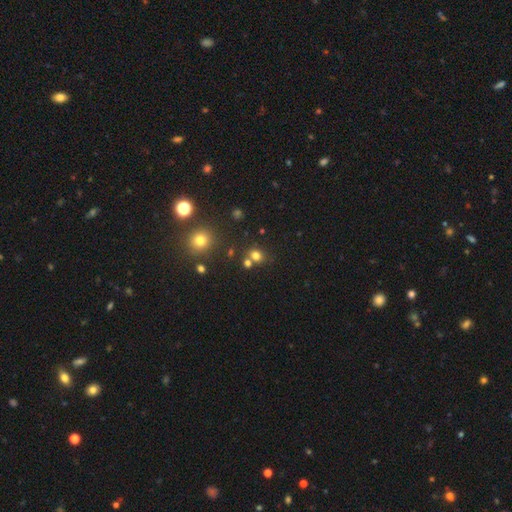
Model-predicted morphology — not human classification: A smooth galaxy with no disk features (74%) that is round (74%). Merging: none (63%).